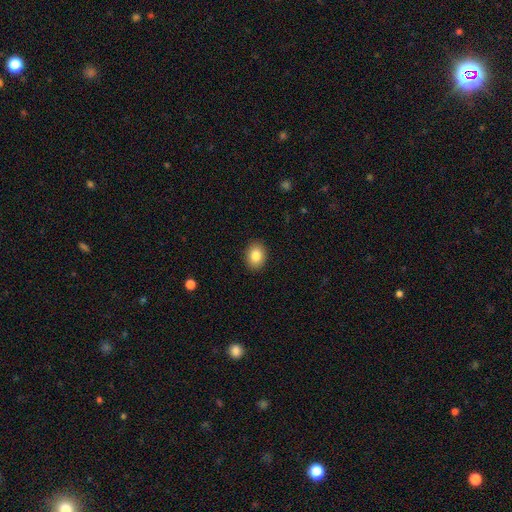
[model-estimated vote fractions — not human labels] A smooth galaxy with no disk features (85%) that is in between round and cigar-shaped (59%). Merging: none (90%).